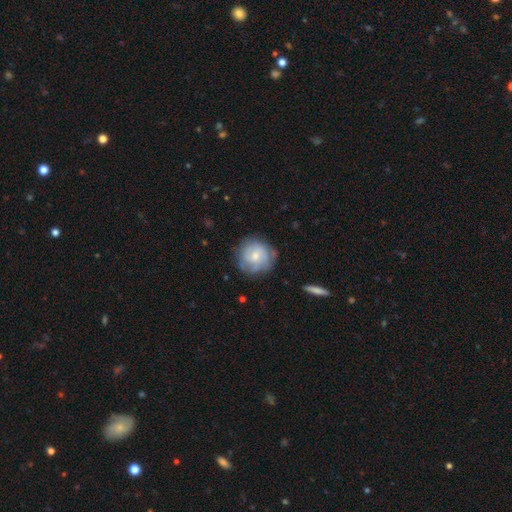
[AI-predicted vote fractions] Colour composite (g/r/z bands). It shows a featured or disk galaxy (54%) with no bar (66%), spiral arms (78%) and a moderate central bulge (47%). Merging: none (73%).